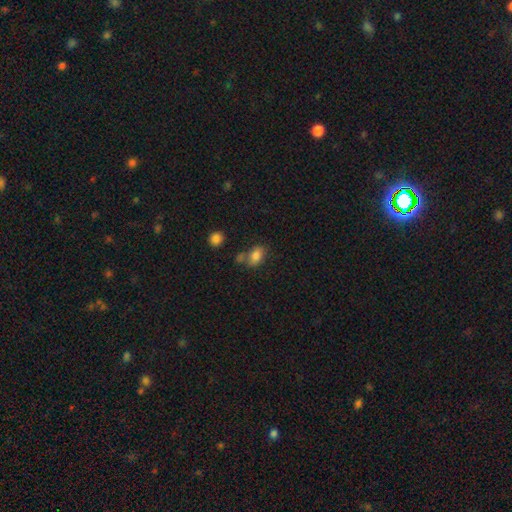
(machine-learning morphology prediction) Q: Smooth or featured?
A: smooth (81%); runner-up: star or artifact (10%)
Q: How rounded?
A: in between (81%); runner-up: round (17%)
Q: Merging?
A: none (57%); runner-up: merger (20%)